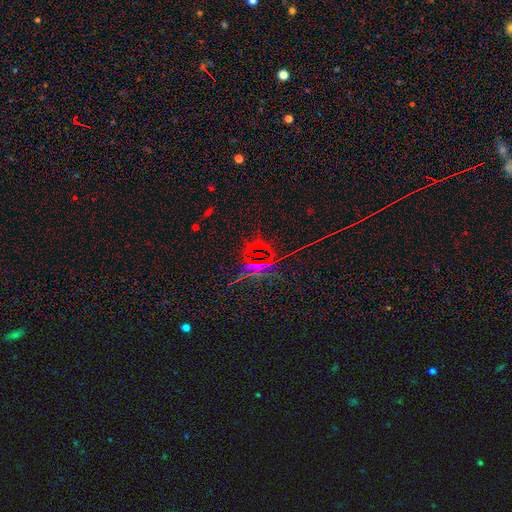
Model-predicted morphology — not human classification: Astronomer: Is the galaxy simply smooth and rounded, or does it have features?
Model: star or artifact — 73%.